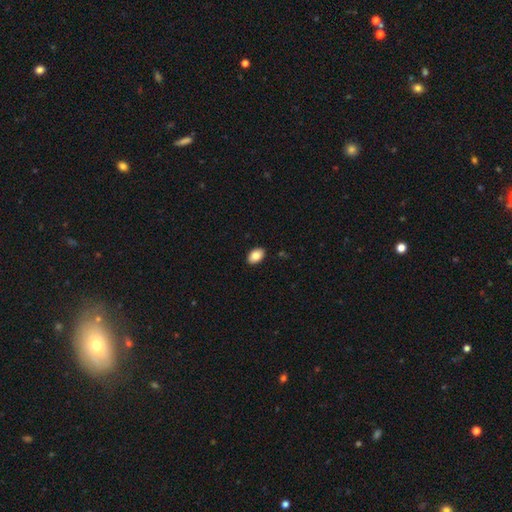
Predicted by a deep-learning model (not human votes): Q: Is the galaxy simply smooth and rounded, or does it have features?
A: smooth — 86%.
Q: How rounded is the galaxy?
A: in between — 90%.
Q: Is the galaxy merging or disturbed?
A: none — 90%.